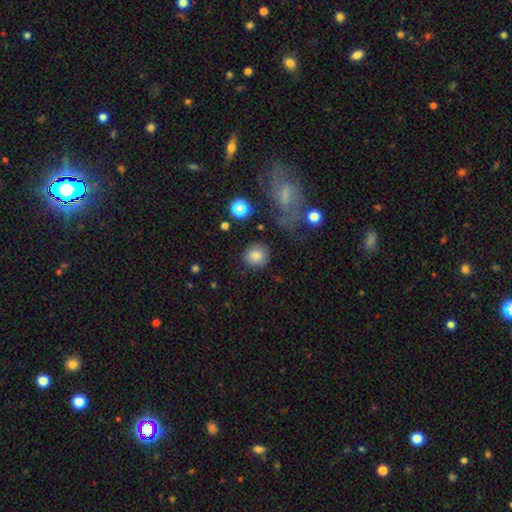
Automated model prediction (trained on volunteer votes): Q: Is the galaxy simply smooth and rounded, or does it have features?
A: smooth — 81%.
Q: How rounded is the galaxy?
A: round — 81%.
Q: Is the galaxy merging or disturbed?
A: none — 80%.